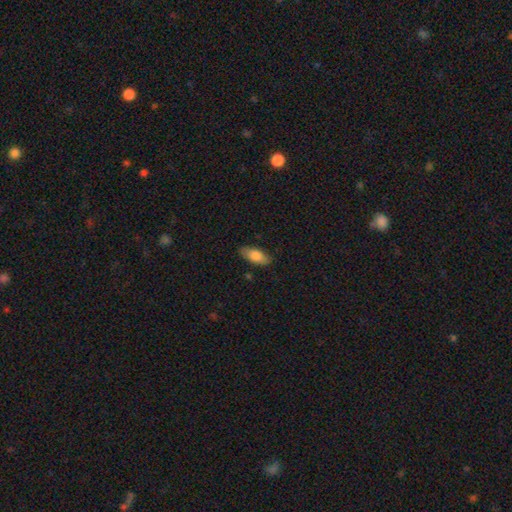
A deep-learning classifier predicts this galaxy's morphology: Smooth or featured? smooth (81%)
How rounded? in between (84%)
Merging? none (83%)